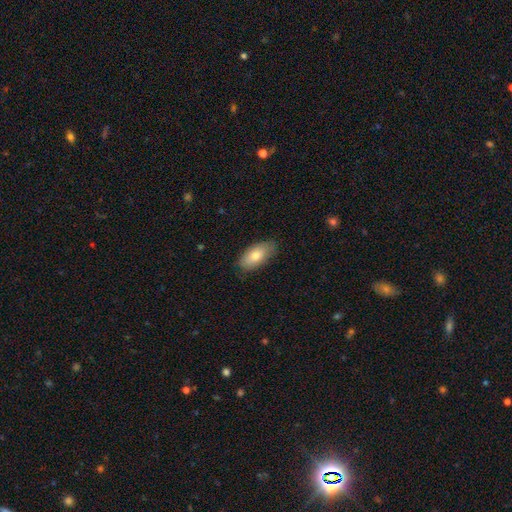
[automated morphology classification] This appears to be a smooth galaxy with no disk features (76%) that is in between round and cigar-shaped (91%). Merging: none (81%).